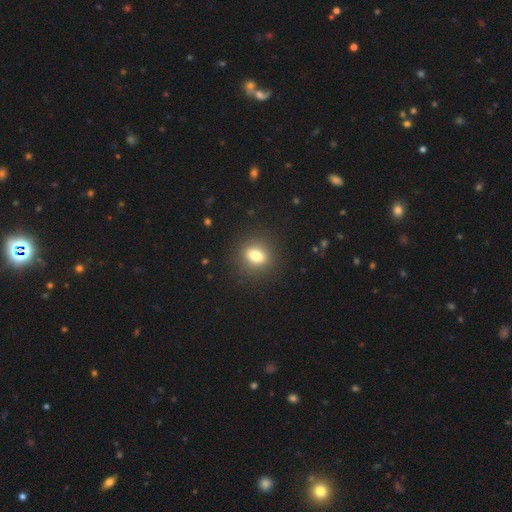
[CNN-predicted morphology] Overall: smooth (78%). How rounded: in between (51%; round 47%). Merging: none (88%).